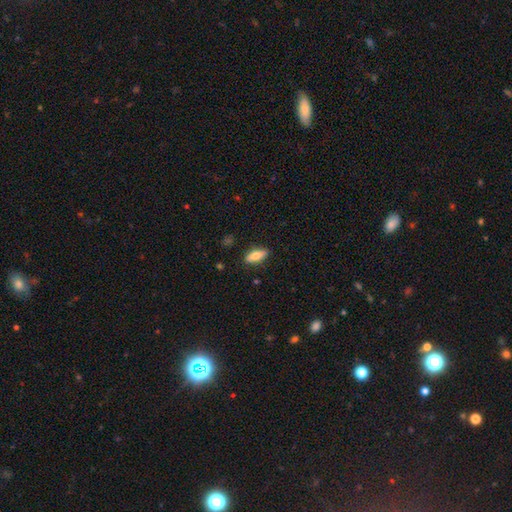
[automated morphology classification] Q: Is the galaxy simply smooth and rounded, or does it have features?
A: smooth — 73%.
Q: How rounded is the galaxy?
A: in between — 70%.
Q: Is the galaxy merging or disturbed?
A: none — 86%.